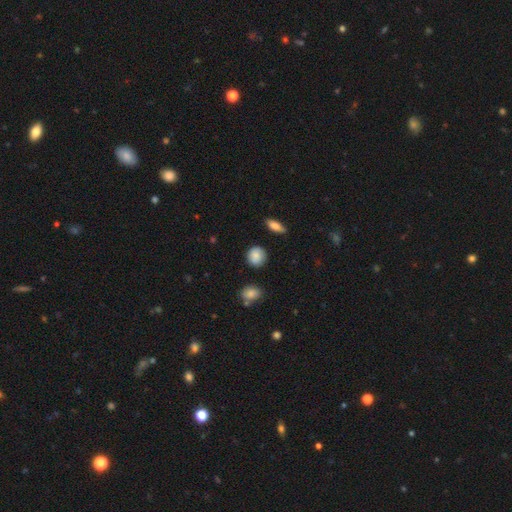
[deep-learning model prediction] Smooth or featured? Predicted: smooth (p=0.85). How rounded? Predicted: round (p=0.83). Merging? Predicted: none (p=0.85).